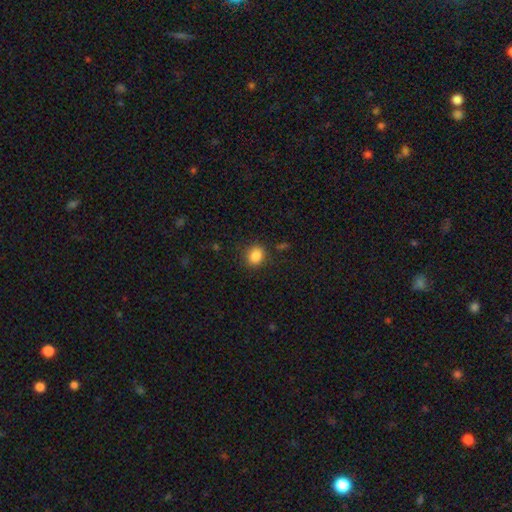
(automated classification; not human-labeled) This appears to be a smooth galaxy with no disk features (86%) that is round (66%). Merging: none (84%).